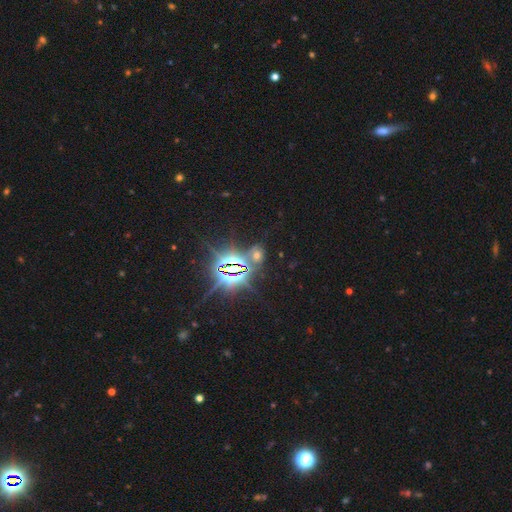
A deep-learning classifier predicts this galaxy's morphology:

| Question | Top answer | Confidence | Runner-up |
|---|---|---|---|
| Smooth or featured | star or artifact | 74% | smooth (17%) |